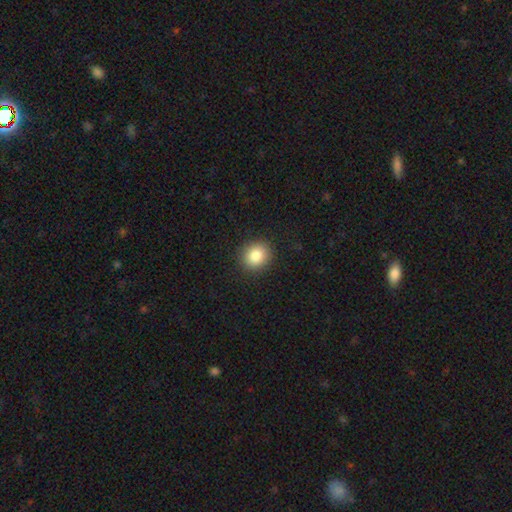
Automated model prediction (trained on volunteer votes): Smooth or featured? Predicted: smooth (p=0.84). How rounded? Predicted: round (p=0.80). Merging? Predicted: none (p=0.90).